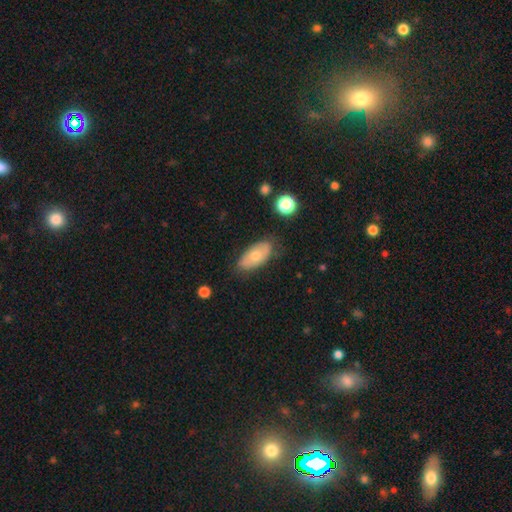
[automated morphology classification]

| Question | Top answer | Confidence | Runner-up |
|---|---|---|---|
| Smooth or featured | smooth | 63% | featured or disk (30%) |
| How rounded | in between | 92% | cigar-shaped (4%) |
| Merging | none | 73% | minor disturbance (21%) |